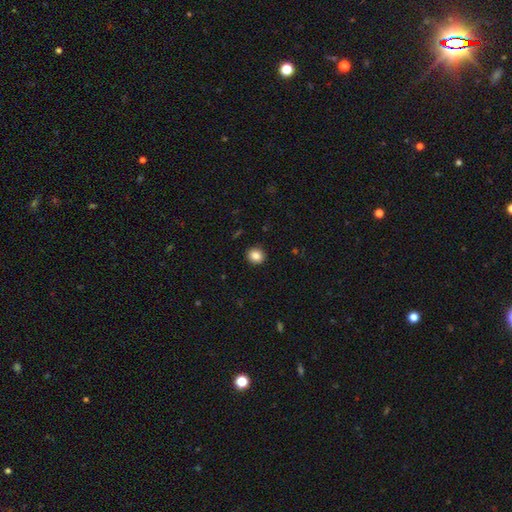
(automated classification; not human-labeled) The model was most divided on "how rounded": round: 84%, in between: 15%, cigar-shaped: 1%. More confident: merging — none (92%); smooth or featured — smooth (85%).